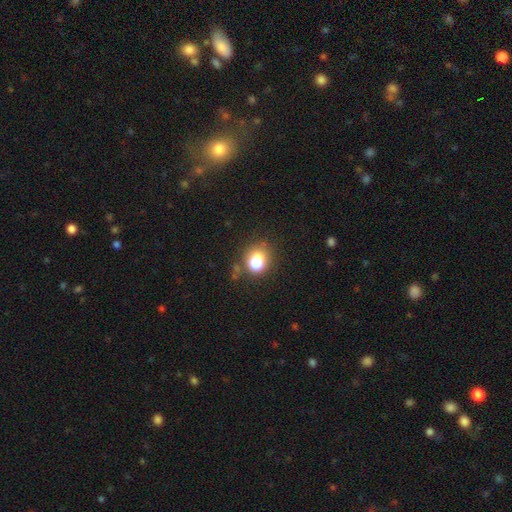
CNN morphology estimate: A smooth galaxy with no disk features (77%) that is round (60%).

Vote fractions:
- Smooth or featured? smooth: 77% / star or artifact: 12% / featured or disk: 11%
- How rounded? round: 60% / in between: 39% / cigar-shaped: 1%
- Merging? none: 61% / minor disturbance: 20% / merger: 11% / major disturbance: 8%